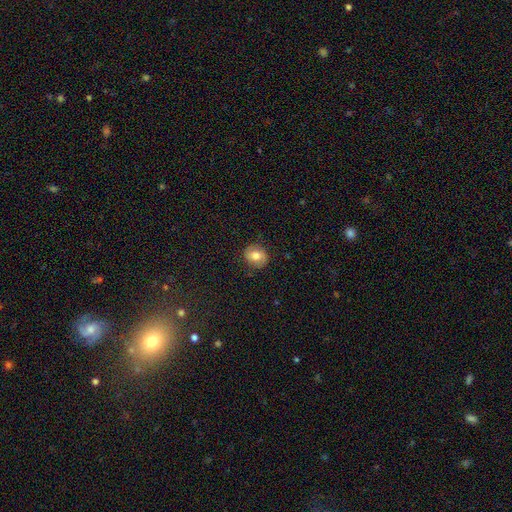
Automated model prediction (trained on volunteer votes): Q: Smooth or featured?
A: smooth (66%); runner-up: featured or disk (25%)
Q: How rounded?
A: round (71%); runner-up: in between (28%)
Q: Merging?
A: none (82%); runner-up: minor disturbance (13%)